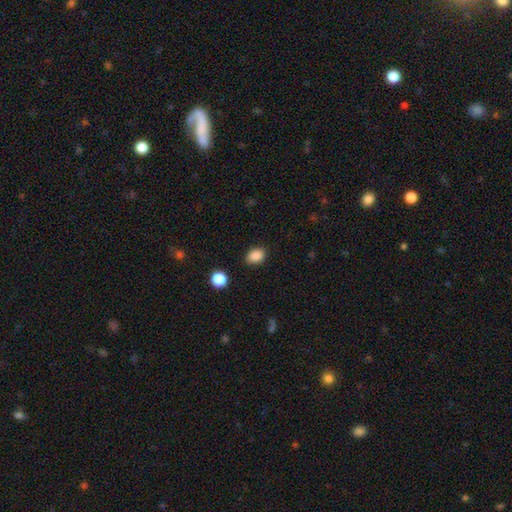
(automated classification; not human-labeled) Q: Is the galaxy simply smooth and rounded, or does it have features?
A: smooth — 87%.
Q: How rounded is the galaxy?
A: in between — 71%.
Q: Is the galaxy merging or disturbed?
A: none — 85%.